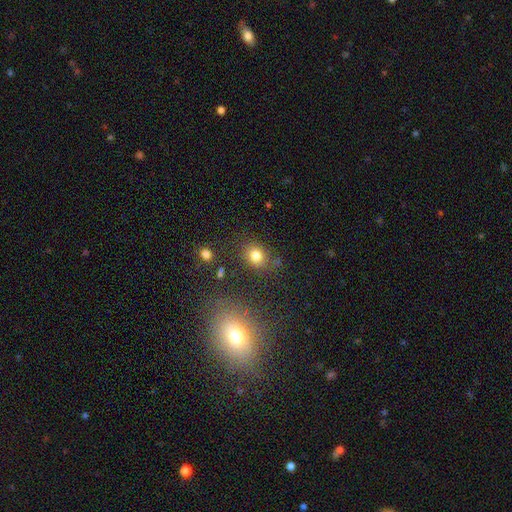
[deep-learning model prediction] Morphology: type=smooth (79%); roundness=round (61%); merging=none (77%).